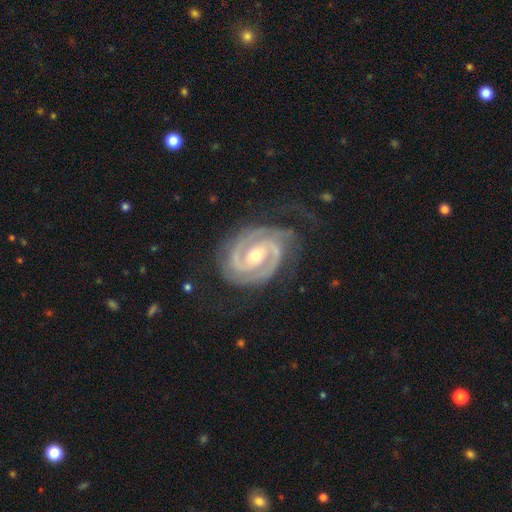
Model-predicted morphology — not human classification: Smooth or featured?
  - featured or disk: 94% *
  - star or artifact: 4%
  - smooth: 2%
Edge-on disk?
  - no: 98% *
  - yes: 2%
Bar?
  - weak: 39% *
  - no: 33%
  - strong: 28%
Spiral arms?
  - yes: 99% *
  - no: 1%
Spiral winding?
  - tight: 71% *
  - medium: 26%
  - loose: 3%
Spiral arm count?
  - 2: 87% *
  - 3: 6%
  - can't tell: 2%
  - 4: 2%
  - 1: 2%
  - more than 4: 1%
Bulge size?
  - moderate: 54% *
  - small: 43%
  - large: 2%
  - none: 1%
  - dominant: 1%
Merging?
  - none: 70% *
  - minor disturbance: 19%
  - major disturbance: 10%
  - merger: 1%